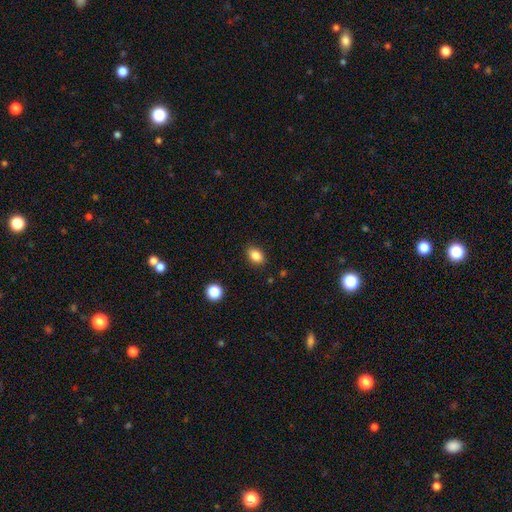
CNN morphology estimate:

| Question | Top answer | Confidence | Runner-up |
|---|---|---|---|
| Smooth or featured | smooth | 85% | star or artifact (10%) |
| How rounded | in between | 81% | round (17%) |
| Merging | none | 87% | minor disturbance (9%) |